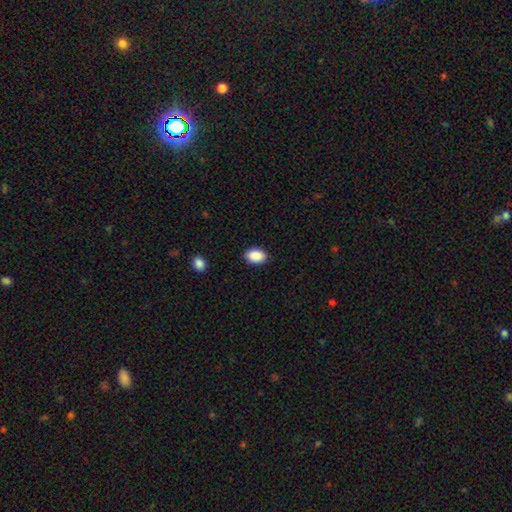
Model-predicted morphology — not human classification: smooth 90%, star or artifact 7%, featured or disk 3%. Down the decision tree: how rounded — in between (83%); merging — none (89%).